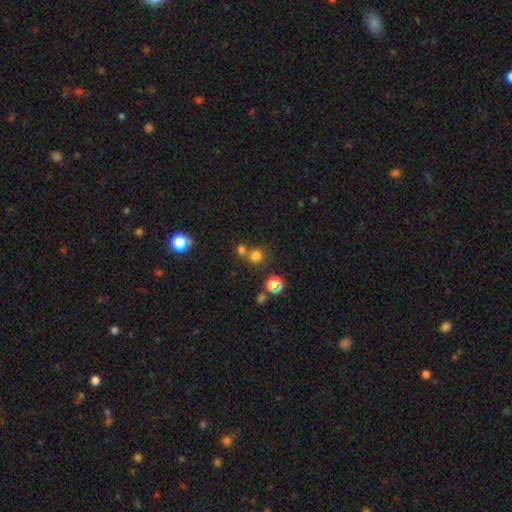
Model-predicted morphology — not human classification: Overall: smooth (72%). How rounded: round (85%). Merging: none (58%; merger 30%).